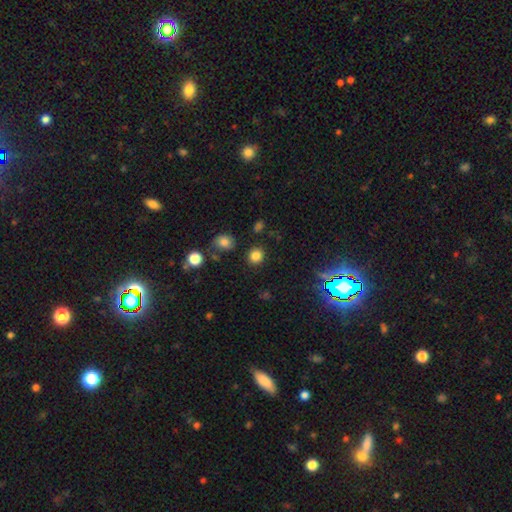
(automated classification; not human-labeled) Morphology: type=smooth (82%); roundness=round (88%); merging=none (88%).